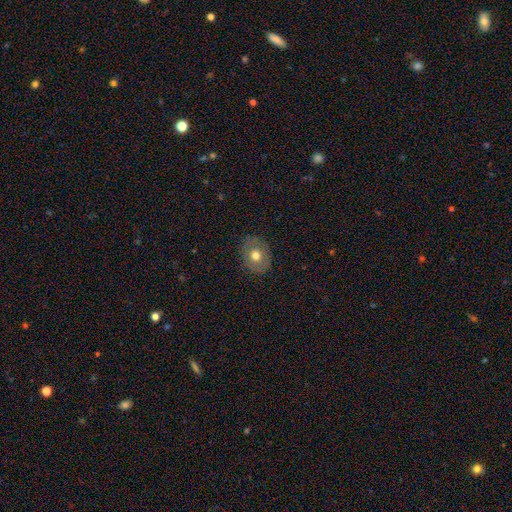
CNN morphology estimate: type=smooth (65%); roundness=in between (50%); merging=none (83%).